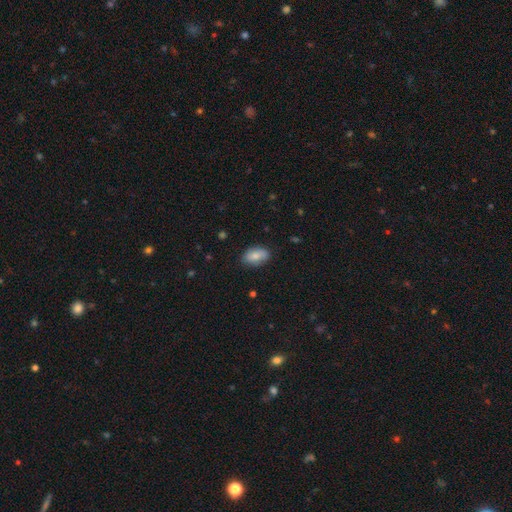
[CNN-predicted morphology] Smooth or featured?
  - smooth: 78% *
  - featured or disk: 15%
  - star or artifact: 7%
How rounded?
  - in between: 91% *
  - round: 7%
  - cigar-shaped: 2%
Merging?
  - none: 79% *
  - minor disturbance: 17%
  - major disturbance: 3%
  - merger: 1%